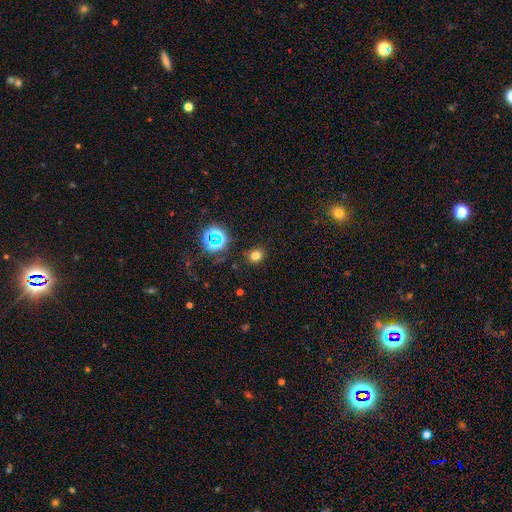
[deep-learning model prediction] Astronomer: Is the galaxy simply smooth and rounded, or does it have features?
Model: smooth — 73%.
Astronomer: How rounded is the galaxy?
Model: round — 65%.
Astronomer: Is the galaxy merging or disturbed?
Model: none — 87%.